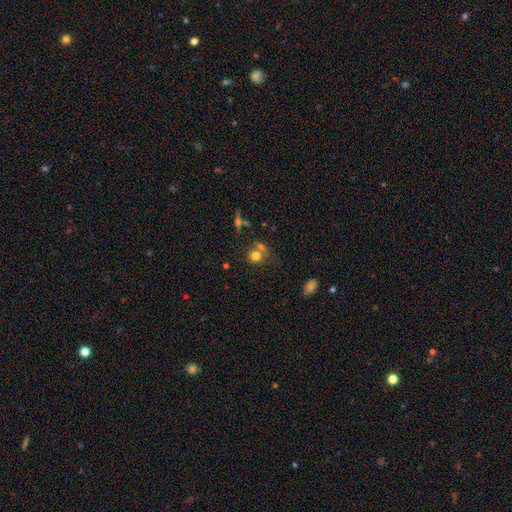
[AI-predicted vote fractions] A smooth galaxy with no disk features (73%) that is round (78%). Merging: none (50%).